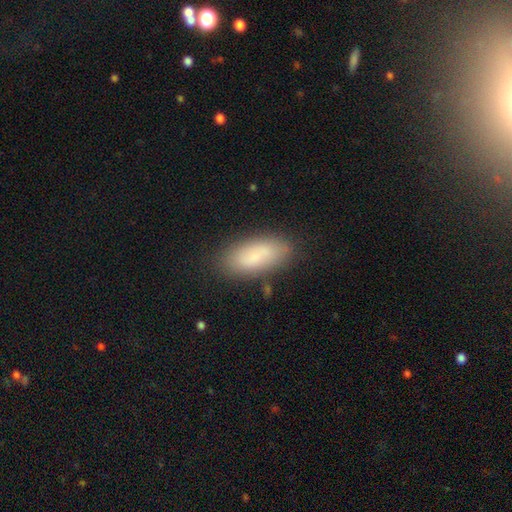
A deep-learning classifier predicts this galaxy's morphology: A smooth galaxy with no disk features (77%) that is in between round and cigar-shaped (83%).

Vote fractions:
- Smooth or featured? smooth: 77% / featured or disk: 15% / star or artifact: 8%
- How rounded? in between: 83% / cigar-shaped: 14% / round: 2%
- Merging? none: 79% / minor disturbance: 14% / major disturbance: 4% / merger: 3%